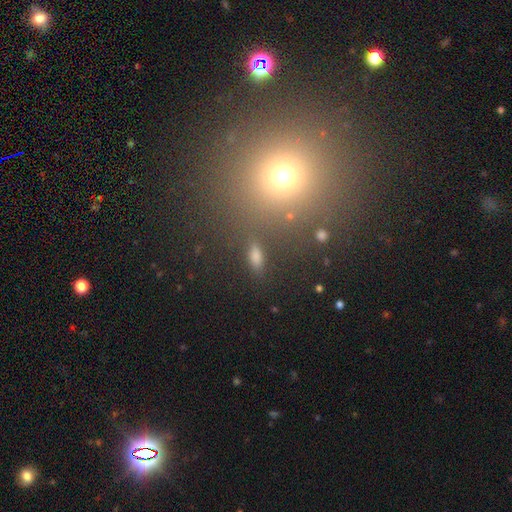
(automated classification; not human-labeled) smooth_or_featured: smooth (p=0.52) [alt: star or artifact p=0.37]
how_rounded: round (p=0.79) [alt: in between p=0.18]
merging: none (p=0.80) [alt: minor disturbance p=0.08]